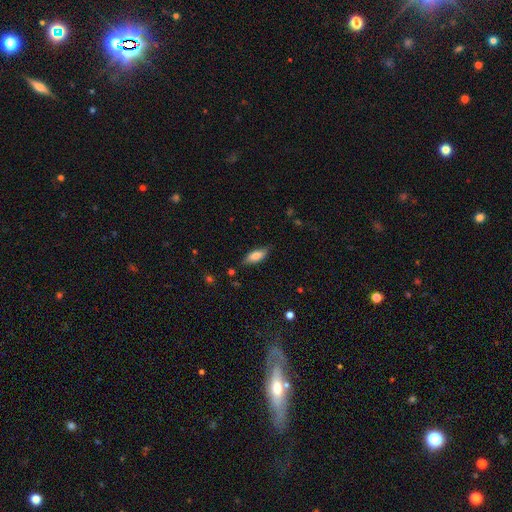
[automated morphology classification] Smooth or featured?
  - smooth: 77% *
  - featured or disk: 16%
  - star or artifact: 7%
How rounded?
  - in between: 71% *
  - cigar-shaped: 27%
  - round: 2%
Merging?
  - none: 80% *
  - minor disturbance: 16%
  - major disturbance: 3%
  - merger: 1%